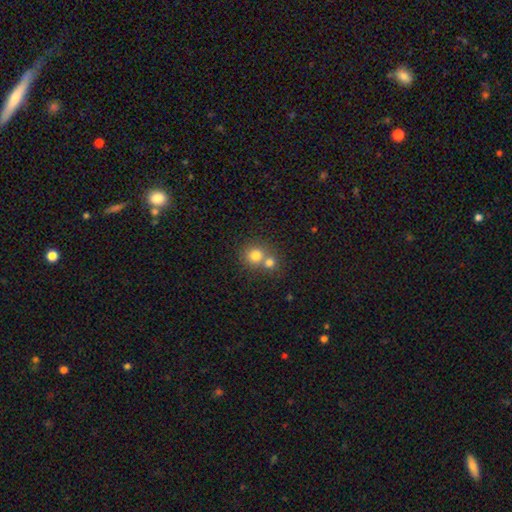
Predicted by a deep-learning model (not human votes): This appears to be a smooth galaxy with no disk features (78%) that is round (88%). Merging: merger (48%).